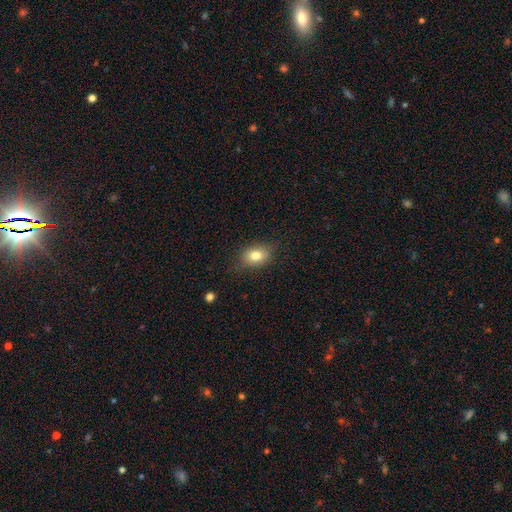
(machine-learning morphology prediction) Overall: smooth (79%). How rounded: in between (74%). Merging: none (80%).